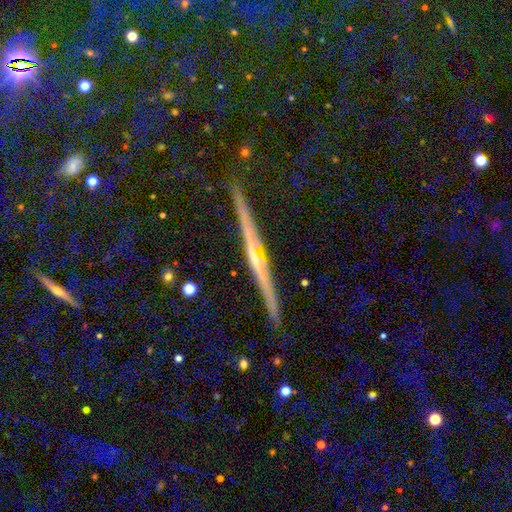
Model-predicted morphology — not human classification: Smooth or featured? featured or disk (72%)
Edge-on disk? yes (97%)
Edge-on bulge? rounded (54%)
Merging? none (88%)